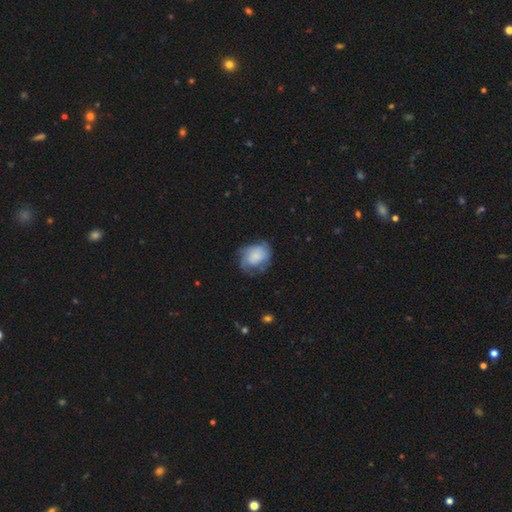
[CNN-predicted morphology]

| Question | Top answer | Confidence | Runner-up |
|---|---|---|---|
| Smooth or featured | smooth | 59% | featured or disk (33%) |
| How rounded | in between | 56% | round (43%) |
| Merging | none | 50% | minor disturbance (30%) |